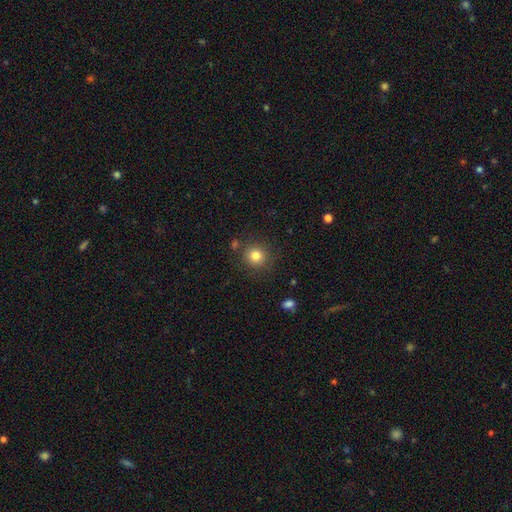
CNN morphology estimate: Smooth or featured? Predicted: smooth (p=0.82). How rounded? Predicted: round (p=0.91). Merging? Predicted: none (p=0.85).